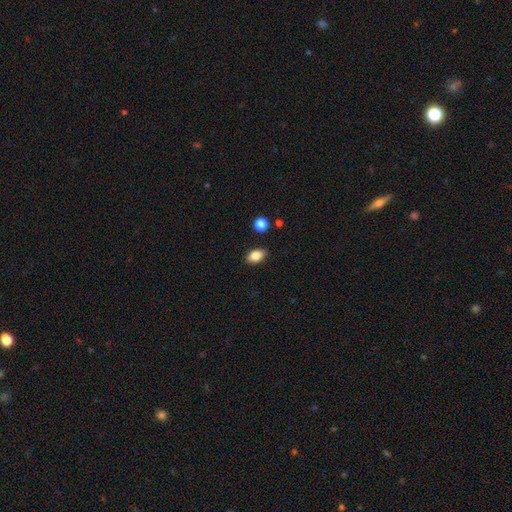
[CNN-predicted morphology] Q: Smooth or featured?
A: smooth (84%); runner-up: star or artifact (9%)
Q: How rounded?
A: in between (88%); runner-up: round (10%)
Q: Merging?
A: none (88%); runner-up: minor disturbance (8%)